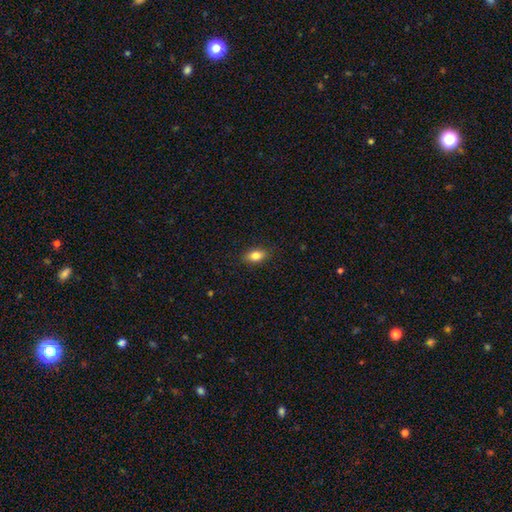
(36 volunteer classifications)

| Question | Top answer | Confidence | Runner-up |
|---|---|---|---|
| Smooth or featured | smooth | 81% | featured or disk (14%) |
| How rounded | in between | 93% | round (3%) |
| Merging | none | 94% | minor disturbance (6%) |